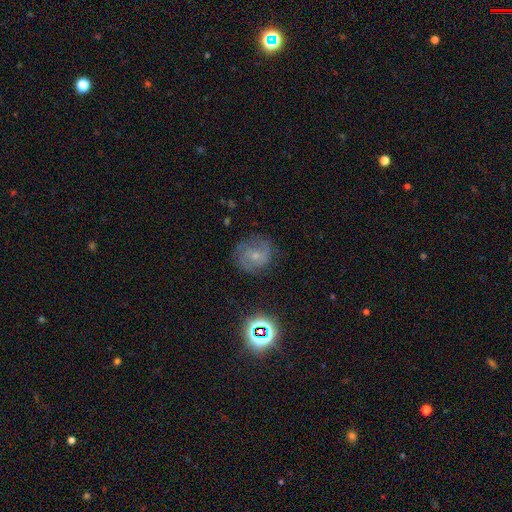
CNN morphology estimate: The model was most divided on "spiral winding": tight: 46%, medium: 41%, loose: 13%. Remaining: edge-on disk — no (97%); spiral arms — yes (87%); merging — none (73%); bulge size — small (65%); bar — no (65%); smooth or featured — featured or disk (61%); spiral arm count — 2 (50%).